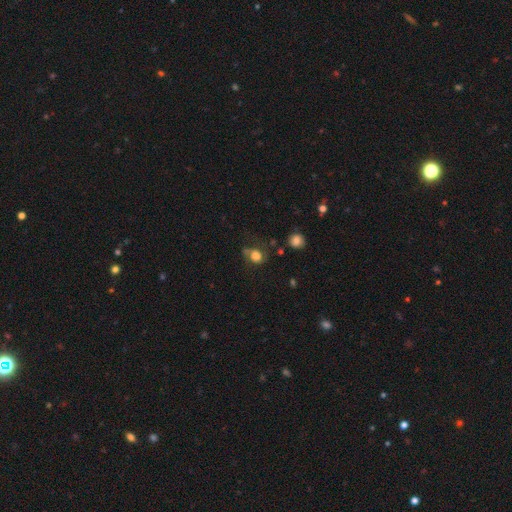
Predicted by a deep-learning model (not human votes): smooth 71%, featured or disk 17%, star or artifact 13%. Down the decision tree: how rounded — round (58%); merging — none (45%).